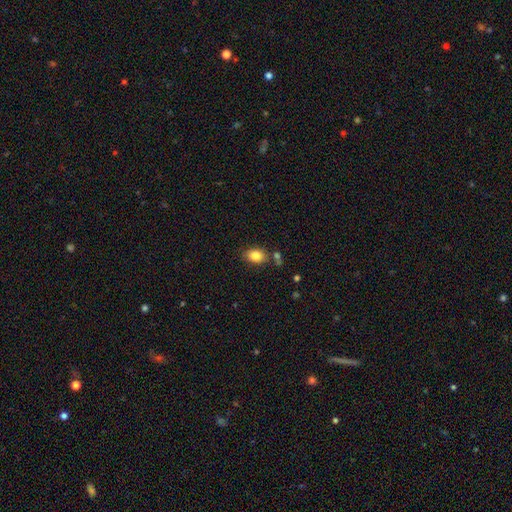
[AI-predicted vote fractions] Smooth or featured? Predicted: smooth (p=0.84). How rounded? Predicted: in between (p=0.79). Merging? Predicted: none (p=0.73).